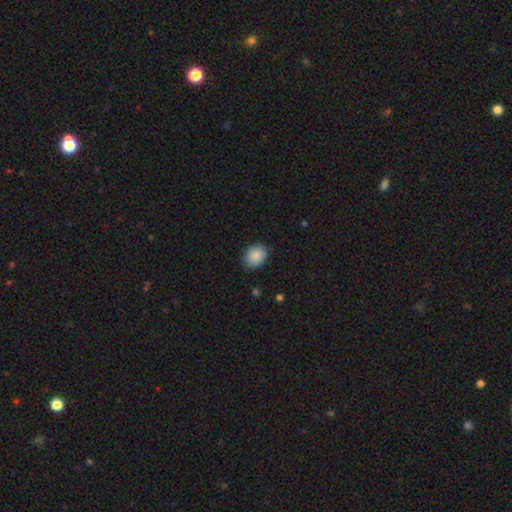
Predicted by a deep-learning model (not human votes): Morphology: type=smooth (88%); roundness=in between (54%); merging=none (80%).